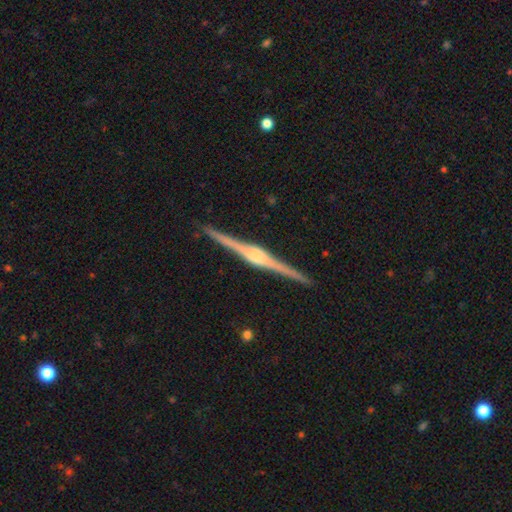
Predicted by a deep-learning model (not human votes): smooth-or-featured: featured or disk: 90% | smooth: 6% | star or artifact: 4%
  disk-edge-on: yes: 99% | no: 1%
    edge-on-bulge: rounded: 74% | boxy: 21% | none: 5%
  merging: none: 93% | minor disturbance: 5% | major disturbance: 1% | merger: 1%